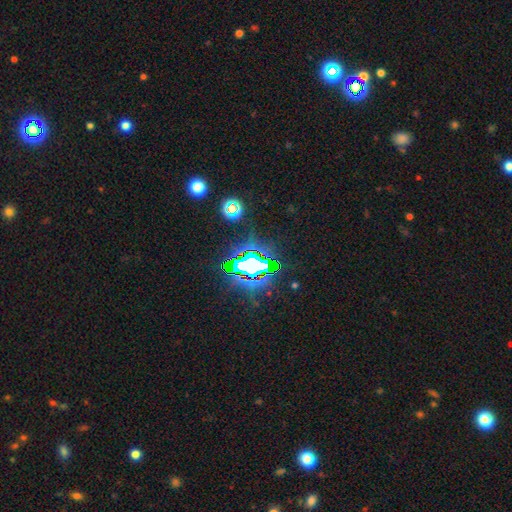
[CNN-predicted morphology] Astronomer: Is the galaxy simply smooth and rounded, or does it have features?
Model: star or artifact — 72%.